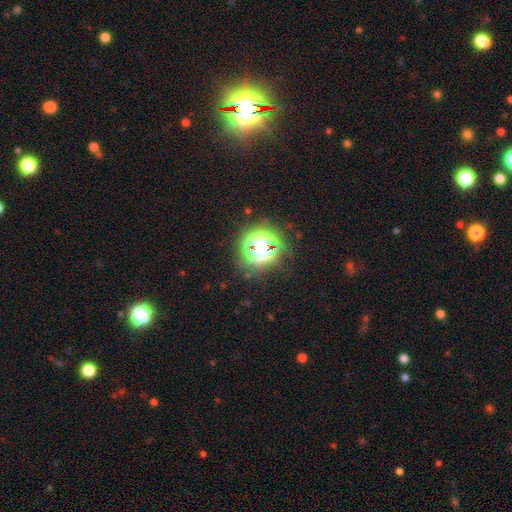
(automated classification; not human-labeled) Smooth or featured? Predicted: star or artifact (p=0.79).